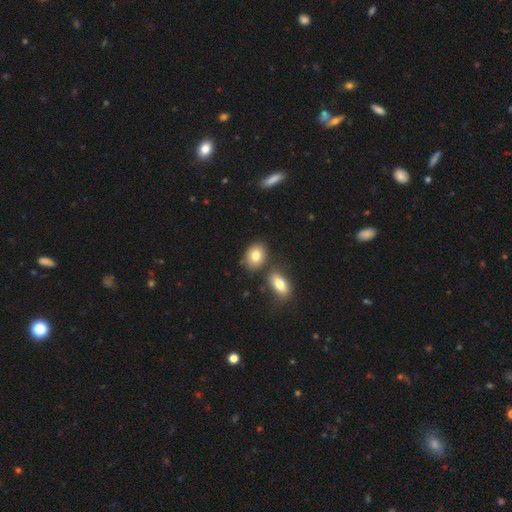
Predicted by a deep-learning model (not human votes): Smooth or featured? smooth (80%)
How rounded? in between (65%)
Merging? none (70%)